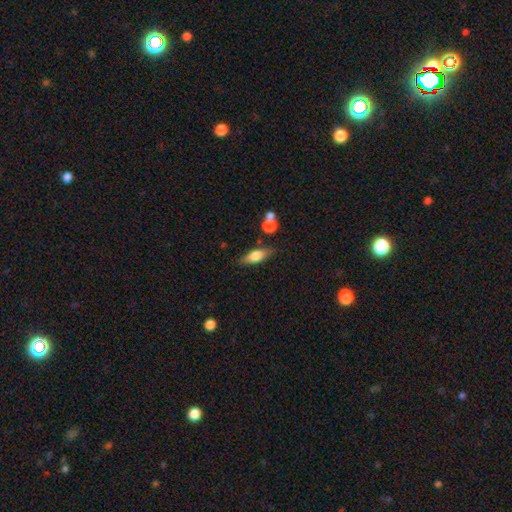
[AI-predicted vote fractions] This appears to be a smooth galaxy with no disk features (64%) that is in between round and cigar-shaped (63%). Merging: none (77%).